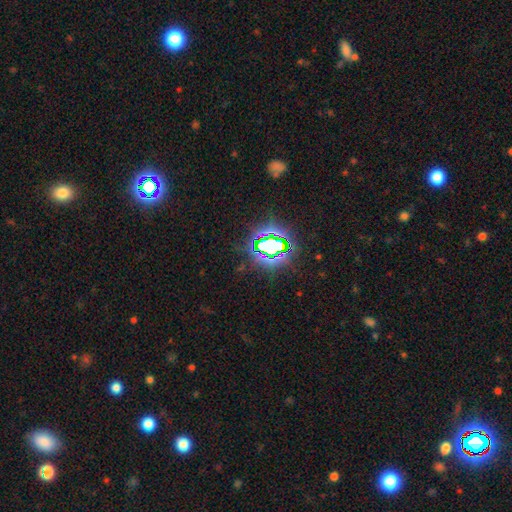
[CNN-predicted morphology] Smooth or featured? star or artifact (81%)